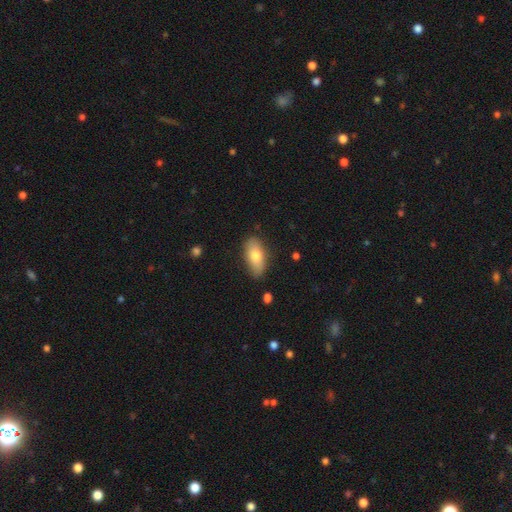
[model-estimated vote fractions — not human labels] smooth_or_featured: smooth (p=0.75) [alt: featured or disk p=0.18]
how_rounded: in between (p=0.87) [alt: cigar-shaped p=0.10]
merging: none (p=0.81) [alt: minor disturbance p=0.14]